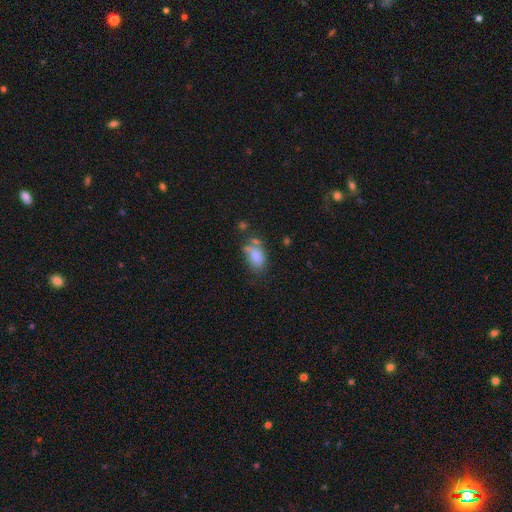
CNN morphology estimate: Smooth or featured?
  - smooth: 80% *
  - featured or disk: 10%
  - star or artifact: 10%
How rounded?
  - in between: 89% *
  - round: 8%
  - cigar-shaped: 3%
Merging?
  - none: 43% *
  - minor disturbance: 26%
  - merger: 17%
  - major disturbance: 14%